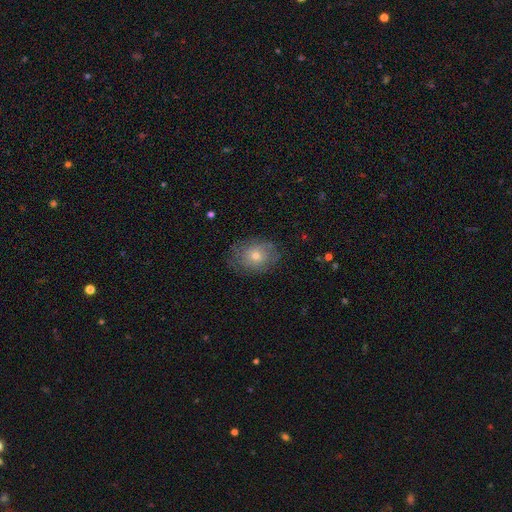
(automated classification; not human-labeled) smooth-or-featured: smooth: 54% | featured or disk: 35% | star or artifact: 11%
  how-rounded: in between: 52% | round: 47% | cigar-shaped: 1%
  merging: none: 75% | minor disturbance: 18% | major disturbance: 7% | merger: 1%